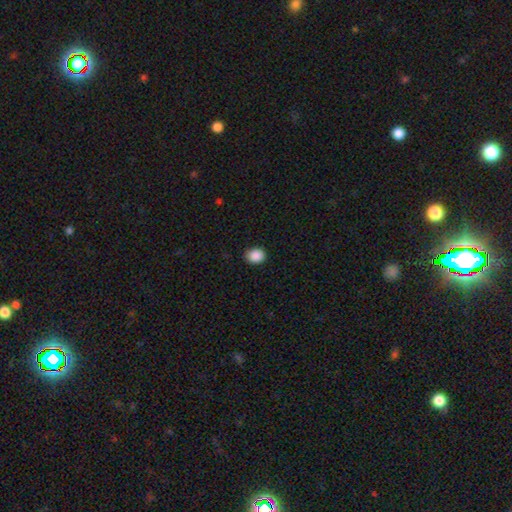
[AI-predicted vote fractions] smooth 89%, star or artifact 9%, featured or disk 2%. Down the decision tree: how rounded — round (56%); merging — none (87%).